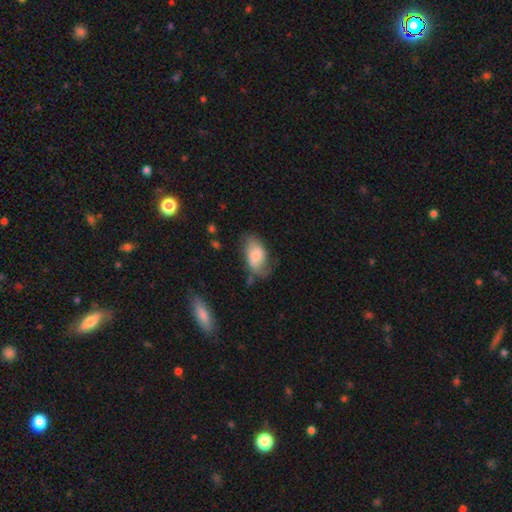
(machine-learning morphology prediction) Smooth or featured: smooth — 74% (featured or disk — 20%)
How rounded: in between — 93% (round — 5%)
Merging: none — 51% (minor disturbance — 32%)